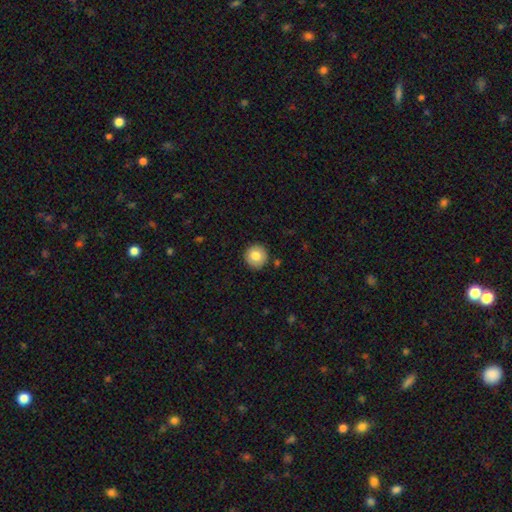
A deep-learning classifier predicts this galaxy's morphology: This is clearly a smooth galaxy (81%). How rounded: clearly round (95%). Merging: clearly none (90%).